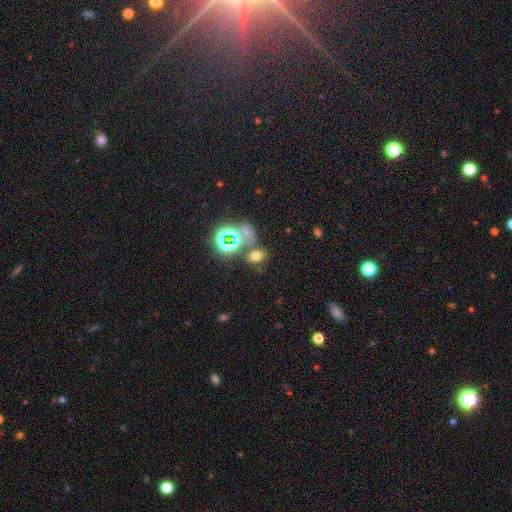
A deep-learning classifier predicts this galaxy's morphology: This appears to be a smooth galaxy with no disk features (61%) that is in between round and cigar-shaped (72%). Merging: none (62%).